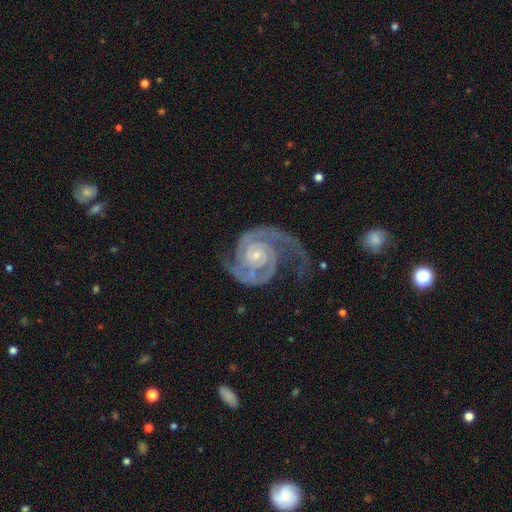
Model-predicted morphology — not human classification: A featured or disk galaxy (93%) with no bar (65%), 2 (82%) tight (55%) spiral arms (99%) and a small central bulge (74%). Merging: none (60%).